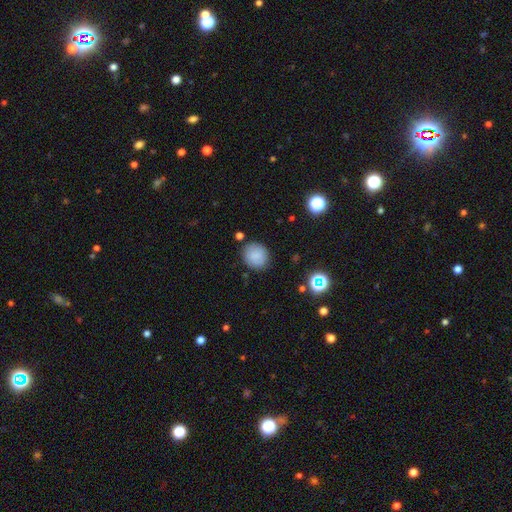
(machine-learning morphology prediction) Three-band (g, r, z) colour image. It shows a smooth galaxy with no disk features (82%) that is round (80%). Merging: none (84%).